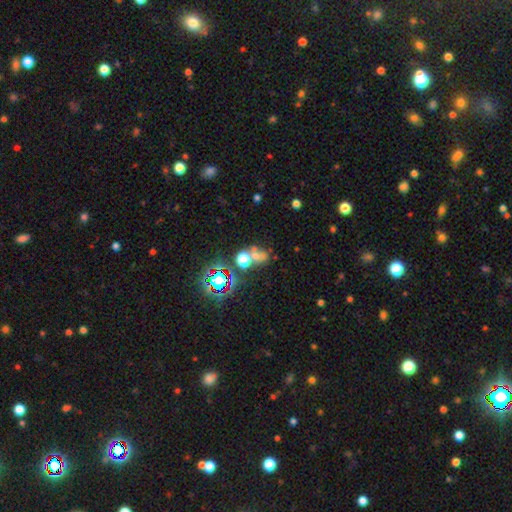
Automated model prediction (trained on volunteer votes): star or artifact 51%, smooth 37%, featured or disk 12%.